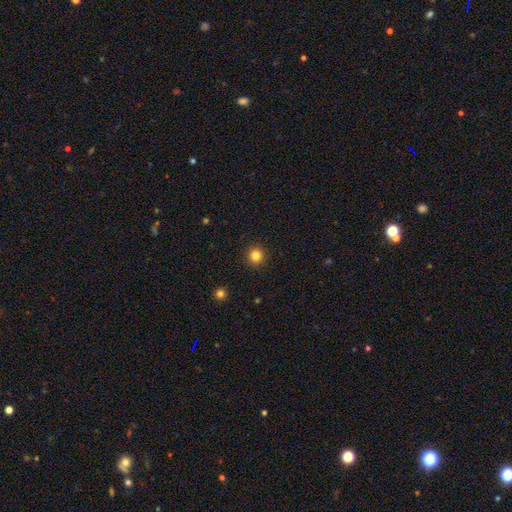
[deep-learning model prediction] A smooth galaxy with no disk features (83%) that is round (95%).

Vote fractions:
- Smooth or featured? smooth: 83% / star or artifact: 12% / featured or disk: 5%
- How rounded? round: 95% / in between: 4% / cigar-shaped: 1%
- Merging? none: 93% / minor disturbance: 5% / major disturbance: 2% / merger: 1%